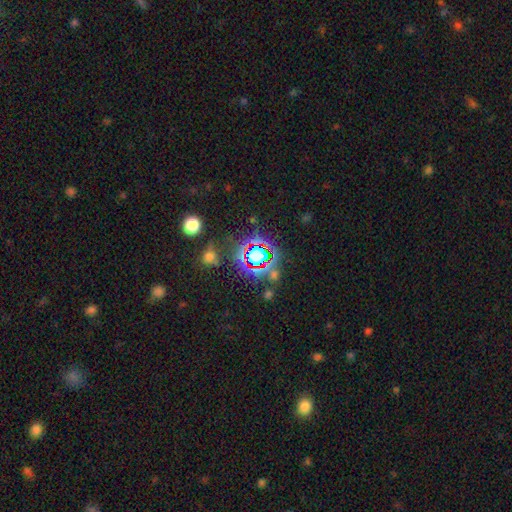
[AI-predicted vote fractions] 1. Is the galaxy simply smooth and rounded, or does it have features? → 69% star or artifact, 19% smooth, 11% featured or disk.